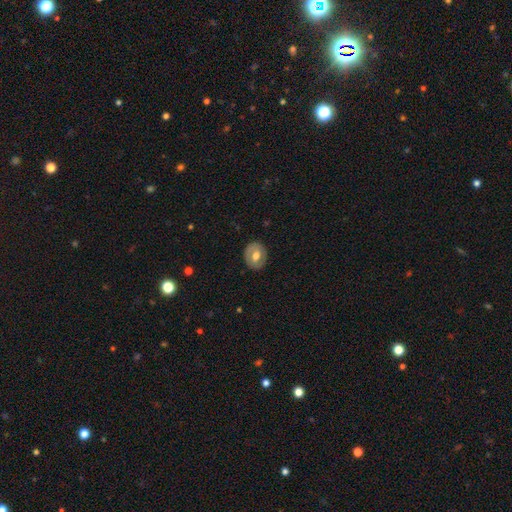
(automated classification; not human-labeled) A smooth galaxy with no disk features (50%).

Vote fractions:
- Smooth or featured? smooth: 50% / featured or disk: 44% / star or artifact: 6%
- Merging? none: 85% / minor disturbance: 11% / major disturbance: 3% / merger: 1%